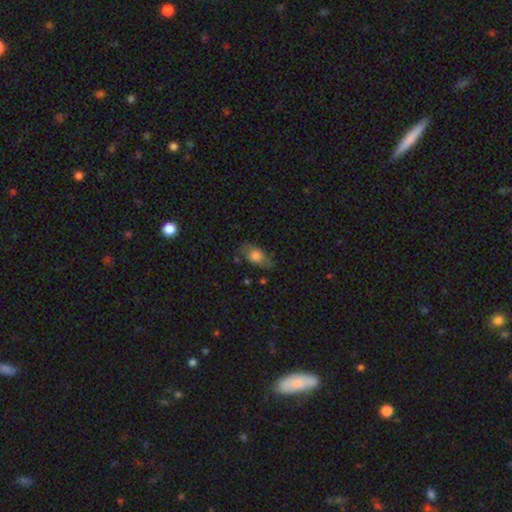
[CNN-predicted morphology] smooth 62%, featured or disk 29%, star or artifact 9%. Down the decision tree: how rounded — in between (82%); merging — none (62%).